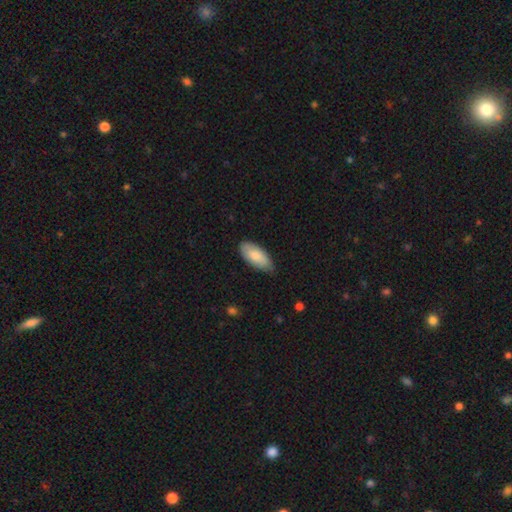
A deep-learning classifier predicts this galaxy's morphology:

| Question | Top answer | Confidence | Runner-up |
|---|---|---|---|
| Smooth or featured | smooth | 81% | featured or disk (14%) |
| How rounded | in between | 91% | cigar-shaped (7%) |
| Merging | none | 71% | minor disturbance (25%) |